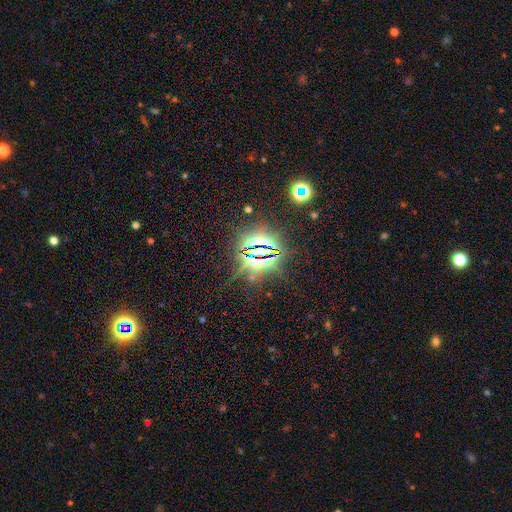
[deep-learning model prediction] star or artifact 82%, featured or disk 9%, smooth 9%.